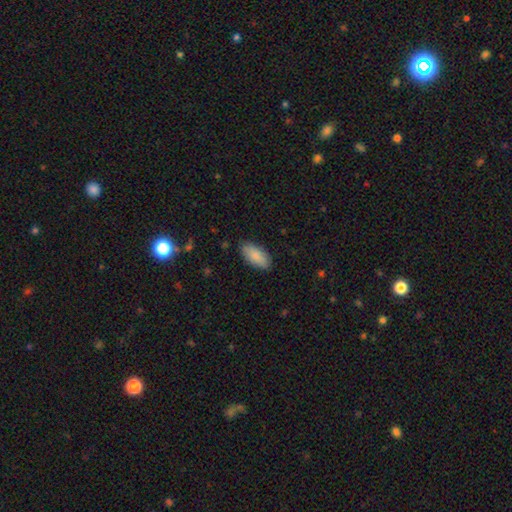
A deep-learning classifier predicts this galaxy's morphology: This is clearly a smooth galaxy (88%). How rounded: clearly in between (89%). Merging: clearly none (85%).